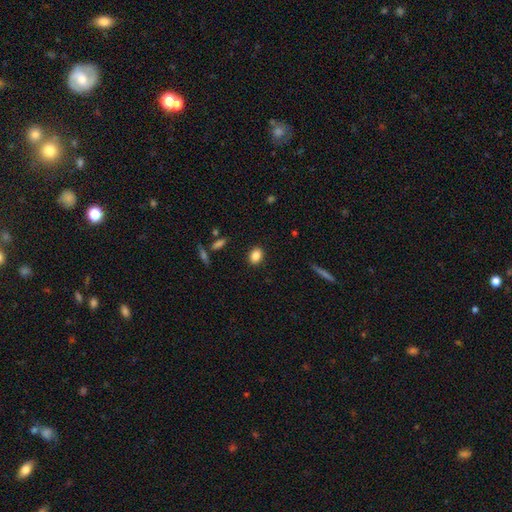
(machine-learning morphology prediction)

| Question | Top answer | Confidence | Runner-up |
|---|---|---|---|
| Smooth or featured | smooth | 85% | star or artifact (9%) |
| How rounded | in between | 64% | round (35%) |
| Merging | none | 88% | minor disturbance (8%) |